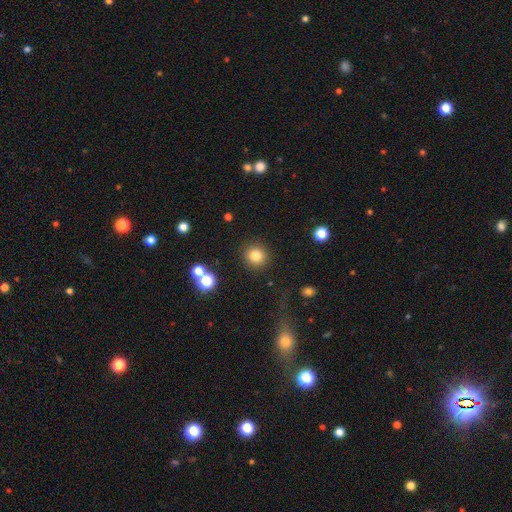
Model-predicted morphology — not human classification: Smooth or featured? smooth (82%)
How rounded? round (93%)
Merging? none (88%)